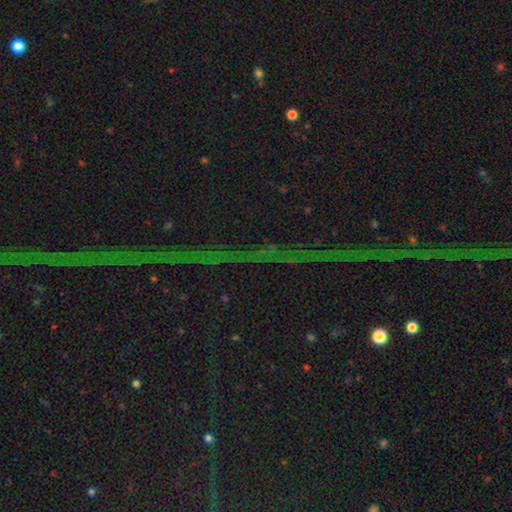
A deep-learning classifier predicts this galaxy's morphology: A star or artifact, not a galaxy (84%).

Vote fractions:
- Smooth or featured? star or artifact: 84% / featured or disk: 9% / smooth: 7%